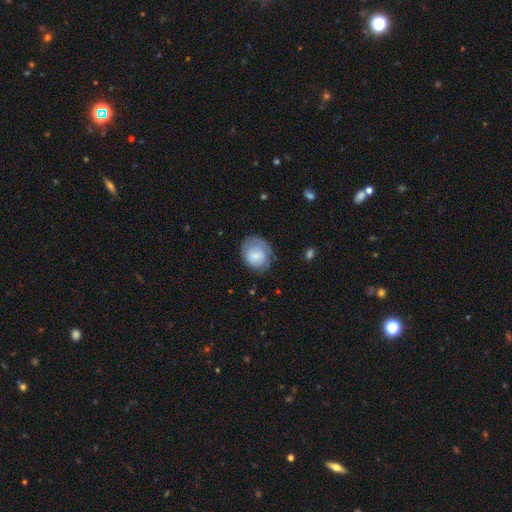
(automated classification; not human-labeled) Q: Smooth or featured?
A: smooth (56%); runner-up: featured or disk (36%)
Q: How rounded?
A: round (59%); runner-up: in between (40%)
Q: Merging?
A: none (62%); runner-up: minor disturbance (25%)